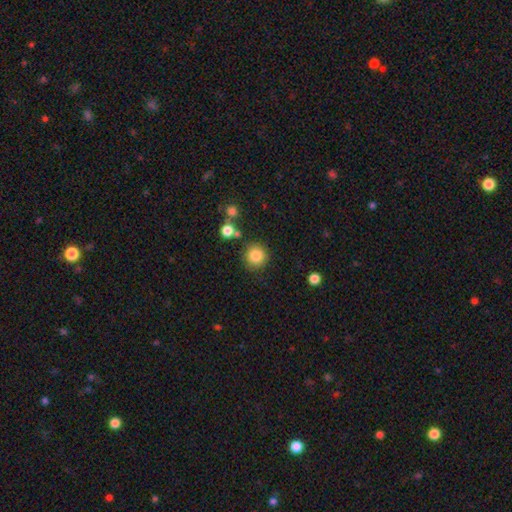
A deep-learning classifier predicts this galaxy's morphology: The model was most divided on "smooth or featured": smooth: 85%, star or artifact: 10%, featured or disk: 5%. More confident: how rounded — round (93%); merging — none (83%).